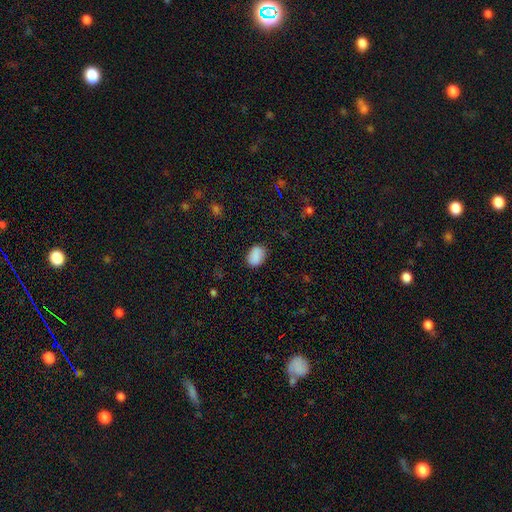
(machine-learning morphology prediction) A smooth galaxy with no disk features (87%) that is in between round and cigar-shaped (75%).

Vote fractions:
- Smooth or featured? smooth: 87% / star or artifact: 8% / featured or disk: 5%
- How rounded? in between: 75% / round: 24% / cigar-shaped: 1%
- Merging? none: 84% / minor disturbance: 12% / major disturbance: 3% / merger: 1%